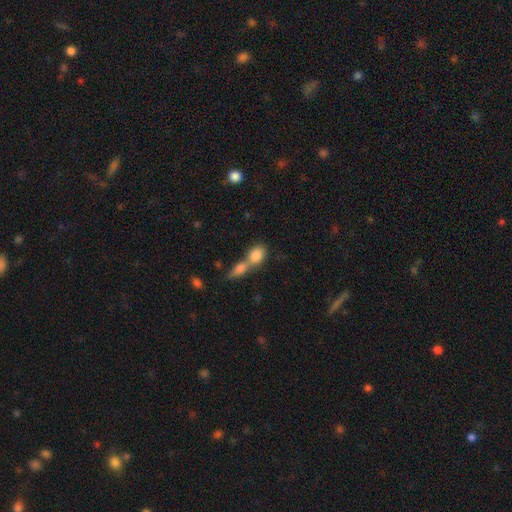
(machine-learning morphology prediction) Smooth or featured? smooth (82%)
How rounded? in between (65%)
Merging? merger (66%)